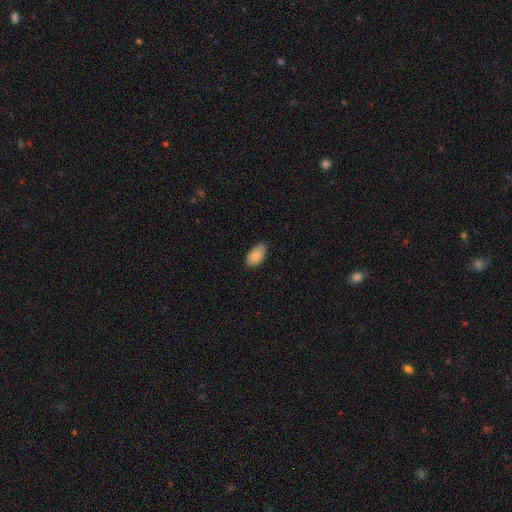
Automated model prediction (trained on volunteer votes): This appears to be a smooth galaxy with no disk features (85%) that is in between round and cigar-shaped (94%). Merging: none (74%).